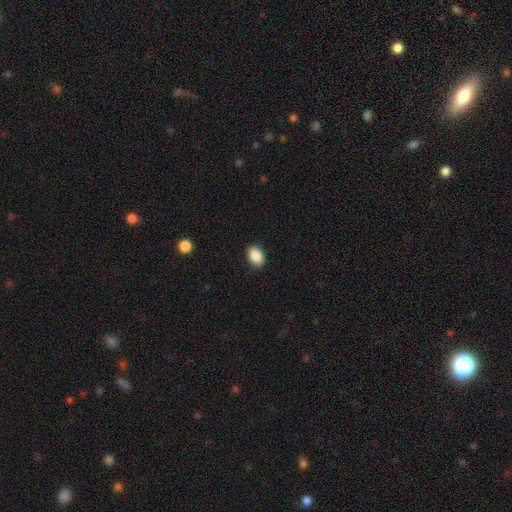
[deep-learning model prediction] smooth-or-featured: smooth: 89% | star or artifact: 8% | featured or disk: 4%
  how-rounded: in between: 79% | round: 20% | cigar-shaped: 1%
  merging: none: 89% | minor disturbance: 8% | major disturbance: 2% | merger: 1%